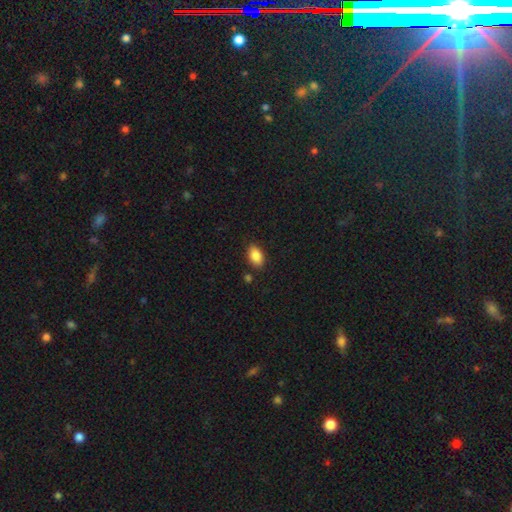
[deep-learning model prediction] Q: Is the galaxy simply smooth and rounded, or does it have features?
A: smooth — 87%.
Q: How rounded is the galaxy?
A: in between — 90%.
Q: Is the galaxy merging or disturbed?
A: none — 84%.